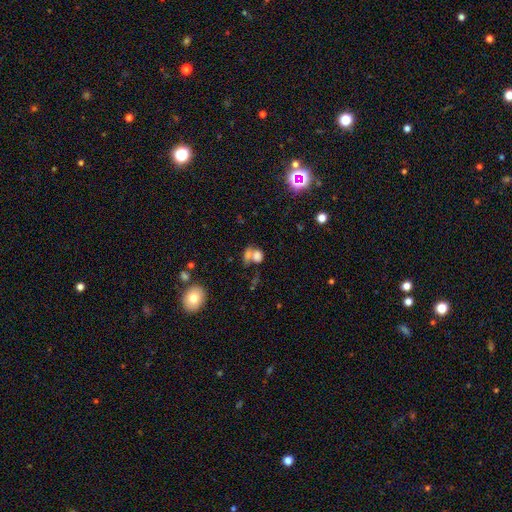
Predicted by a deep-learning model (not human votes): Smooth or featured? smooth (70%)
How rounded? in between (56%)
Merging? merger (57%)